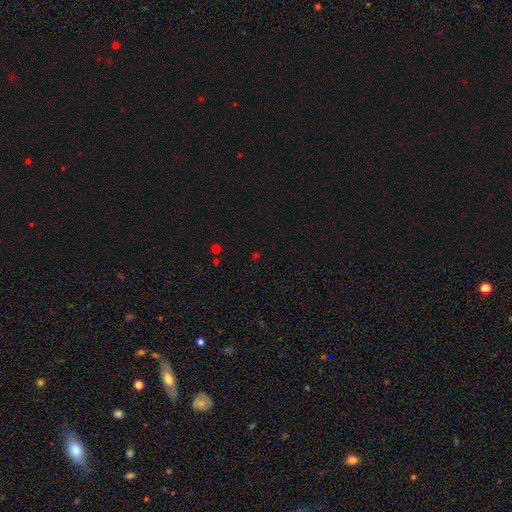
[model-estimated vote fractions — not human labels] Smooth or featured? star or artifact (57%)